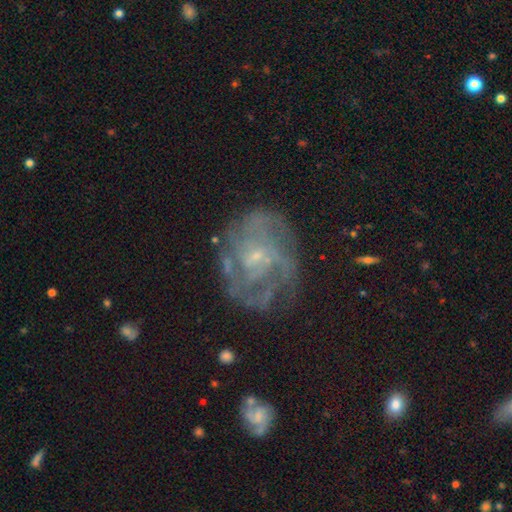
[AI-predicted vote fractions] The model was most divided on "spiral winding": tight: 55%, medium: 35%, loose: 11%. Remaining: edge-on disk — no (97%); spiral arms — yes (87%); smooth or featured — featured or disk (76%); bulge size — small (71%); merging — none (70%); bar — no (62%); spiral arm count — can't tell (41%).